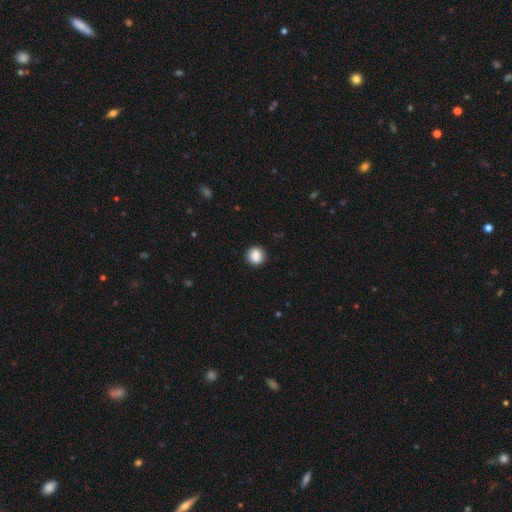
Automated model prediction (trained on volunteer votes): smooth_or_featured: smooth (p=0.88) [alt: star or artifact p=0.08]
how_rounded: round (p=0.90) [alt: in between p=0.09]
merging: none (p=0.91) [alt: minor disturbance p=0.06]